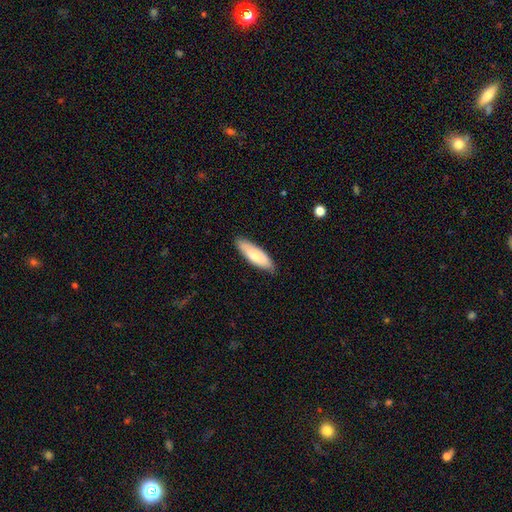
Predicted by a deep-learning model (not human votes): Morphology: type=smooth (75%); roundness=in between (52%); merging=none (85%).